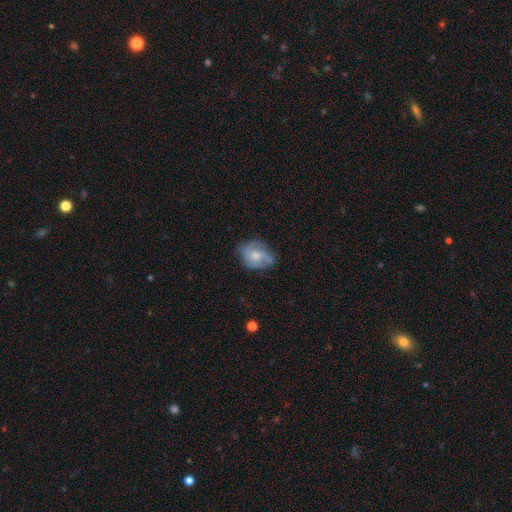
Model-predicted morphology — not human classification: A featured or disk galaxy (49%). Merging: none (54%).